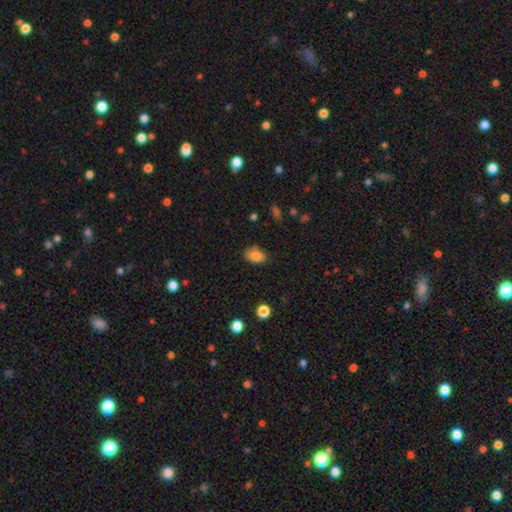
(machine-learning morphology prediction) Smooth or featured?
  - smooth: 84% *
  - star or artifact: 9%
  - featured or disk: 6%
How rounded?
  - in between: 82% *
  - round: 17%
  - cigar-shaped: 1%
Merging?
  - none: 80% *
  - minor disturbance: 15%
  - major disturbance: 3%
  - merger: 2%